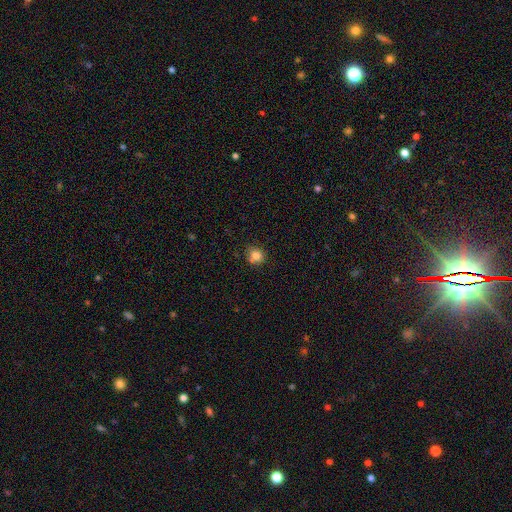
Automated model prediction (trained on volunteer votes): smooth_or_featured: smooth (p=0.82) [alt: star or artifact p=0.12]
how_rounded: round (p=0.87) [alt: in between p=0.12]
merging: none (p=0.74) [alt: minor disturbance p=0.16]